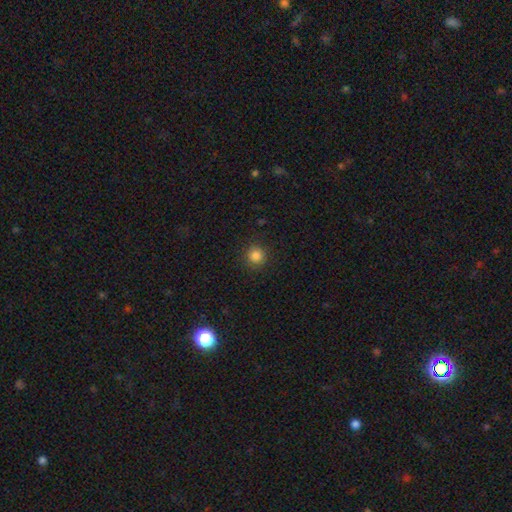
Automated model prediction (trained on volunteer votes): Smooth or featured?
  - smooth: 84% *
  - star or artifact: 12%
  - featured or disk: 4%
How rounded?
  - round: 94% *
  - in between: 5%
  - cigar-shaped: 1%
Merging?
  - none: 90% *
  - minor disturbance: 7%
  - major disturbance: 3%
  - merger: 1%